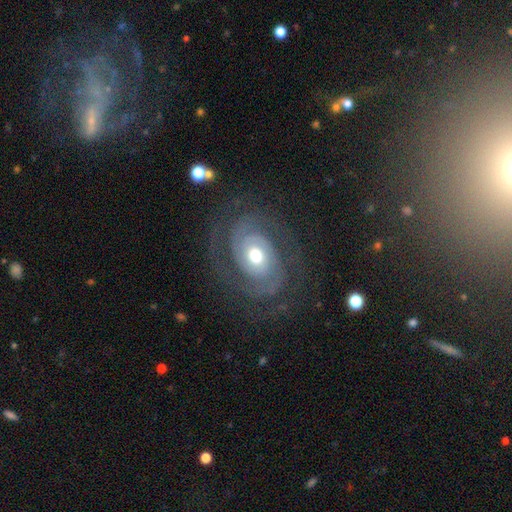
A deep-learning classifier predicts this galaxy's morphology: Smooth or featured? Predicted: featured or disk (p=0.86). Edge-on disk? Predicted: no (p=0.97). Bar? Predicted: no (p=0.74). Spiral arms? Predicted: yes (p=0.95). Spiral winding? Predicted: tight (p=0.61). Spiral arm count? Predicted: 2 (p=0.64). Bulge size? Predicted: moderate (p=0.70). Merging? Predicted: none (p=0.74).